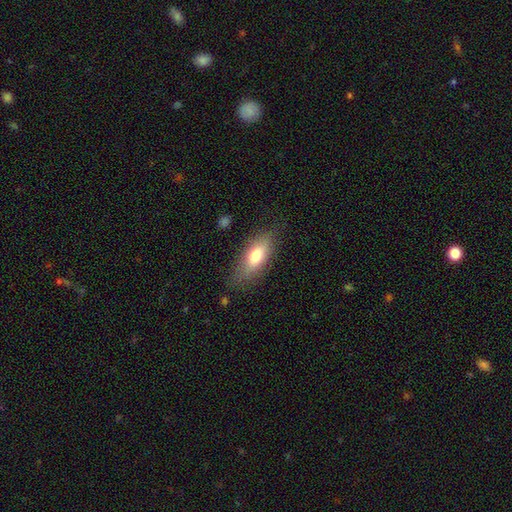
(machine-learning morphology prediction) Overall: smooth (73%). How rounded: in between (73%). Merging: none (75%).